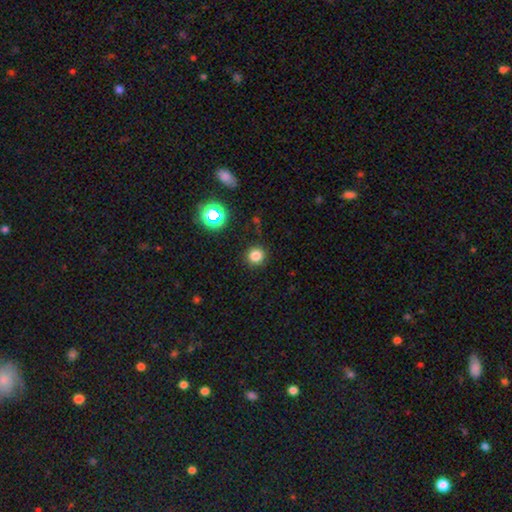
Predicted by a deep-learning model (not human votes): Overall: smooth (80%). How rounded: round (94%). Merging: none (90%).